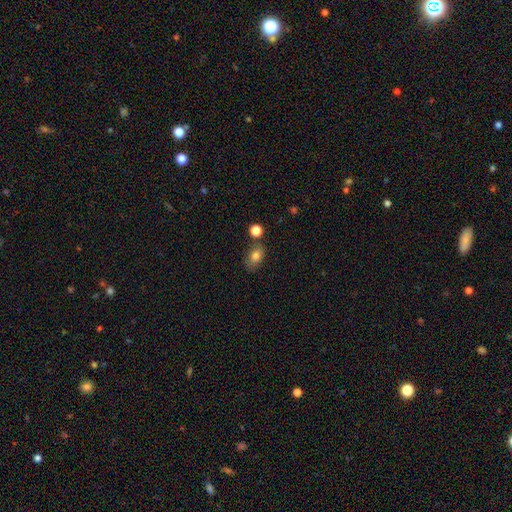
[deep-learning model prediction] A smooth galaxy with no disk features (81%) that is in between round and cigar-shaped (80%).

Vote fractions:
- Smooth or featured? smooth: 81% / star or artifact: 10% / featured or disk: 9%
- How rounded? in between: 80% / round: 18% / cigar-shaped: 2%
- Merging? none: 66% / minor disturbance: 19% / merger: 10% / major disturbance: 5%